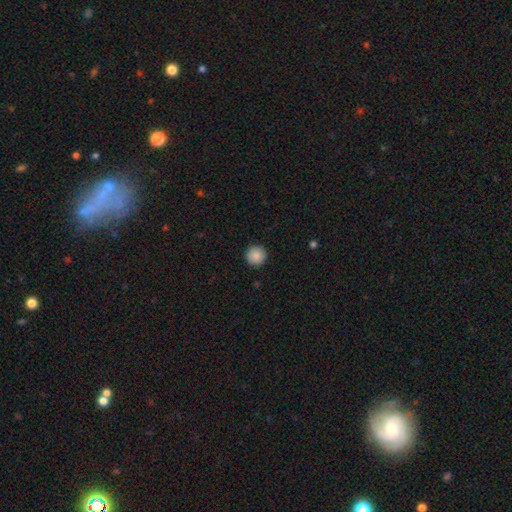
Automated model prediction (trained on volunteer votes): A smooth galaxy with no disk features (89%) that is round (96%).

Vote fractions:
- Smooth or featured? smooth: 89% / star or artifact: 8% / featured or disk: 3%
- How rounded? round: 96% / in between: 3% / cigar-shaped: 1%
- Merging? none: 92% / minor disturbance: 5% / major disturbance: 2% / merger: 1%